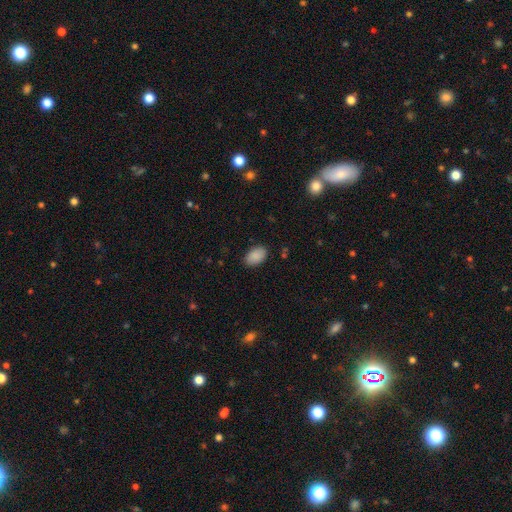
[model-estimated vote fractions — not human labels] Smooth or featured? Predicted: smooth (p=0.89). How rounded? Predicted: in between (p=0.90). Merging? Predicted: none (p=0.87).